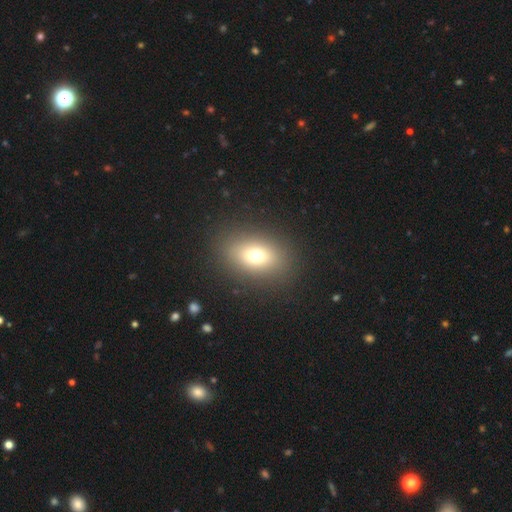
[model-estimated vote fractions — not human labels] smooth_or_featured: smooth (p=0.72) [alt: featured or disk p=0.15]
how_rounded: in between (p=0.75) [alt: round p=0.23]
merging: none (p=0.87) [alt: minor disturbance p=0.08]